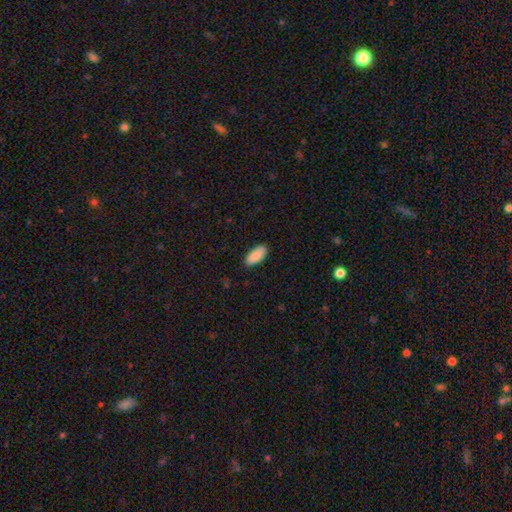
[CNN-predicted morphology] This is clearly a smooth galaxy (87%). How rounded: clearly in between (91%). Merging: clearly none (86%).